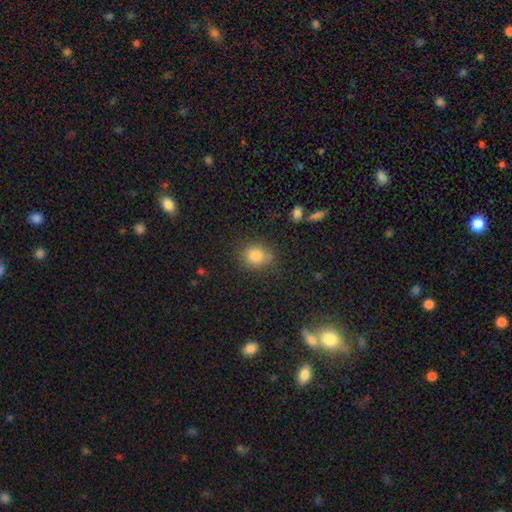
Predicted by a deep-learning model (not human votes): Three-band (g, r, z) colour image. It shows a smooth galaxy with no disk features (82%) that is round (65%). Merging: none (75%).